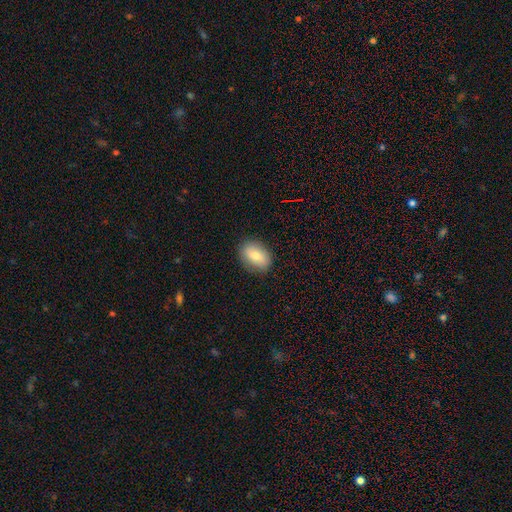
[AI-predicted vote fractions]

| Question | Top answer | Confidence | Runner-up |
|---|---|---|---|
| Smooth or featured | smooth | 76% | featured or disk (17%) |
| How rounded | in between | 79% | round (19%) |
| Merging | none | 86% | minor disturbance (10%) |